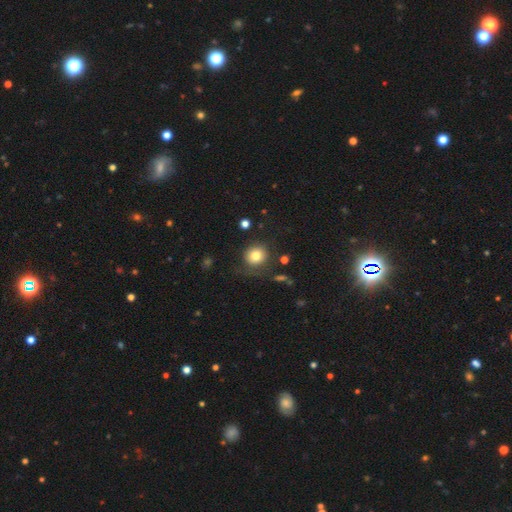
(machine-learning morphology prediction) Smooth or featured?
  - smooth: 79% *
  - star or artifact: 11%
  - featured or disk: 10%
How rounded?
  - round: 88% *
  - in between: 11%
  - cigar-shaped: 1%
Merging?
  - none: 73% *
  - minor disturbance: 16%
  - major disturbance: 9%
  - merger: 2%